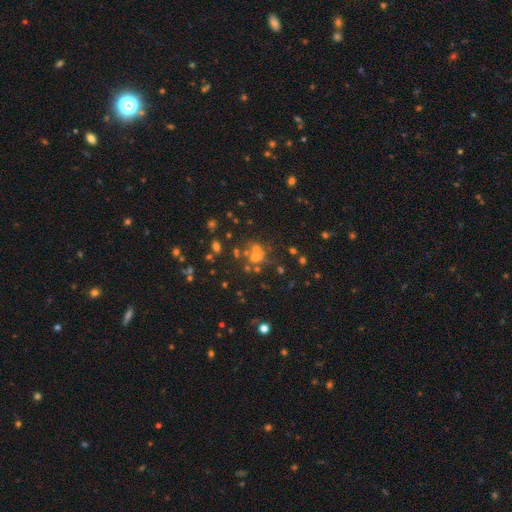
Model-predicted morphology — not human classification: Smooth or featured: smooth — 43% (star or artifact — 35%)
Merging: none — 47% (merger — 34%)